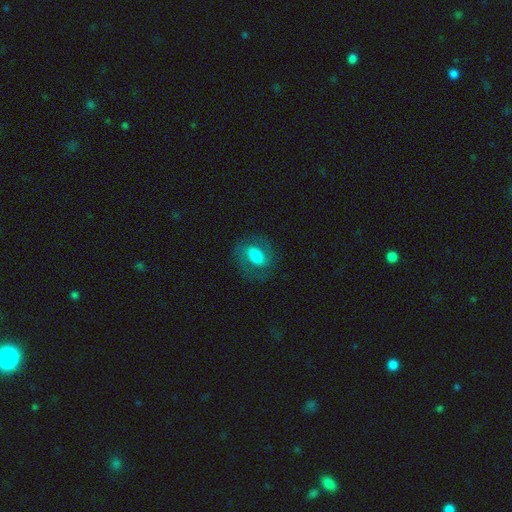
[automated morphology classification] This appears to be a featured or disk galaxy (50%). Merging: none (75%).